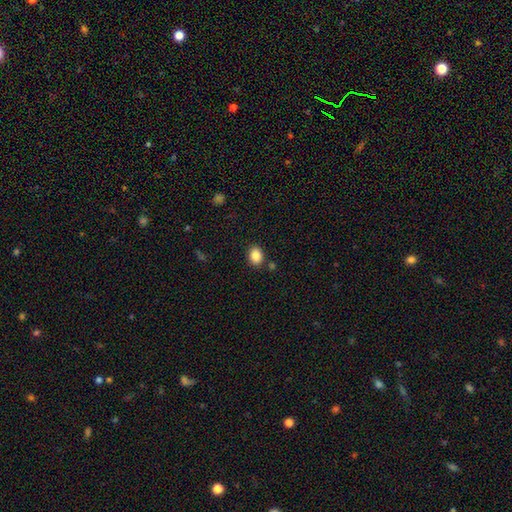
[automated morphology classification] Smooth or featured: smooth — 87% (star or artifact — 9%)
How rounded: in between — 65% (round — 34%)
Merging: none — 84% (minor disturbance — 9%)